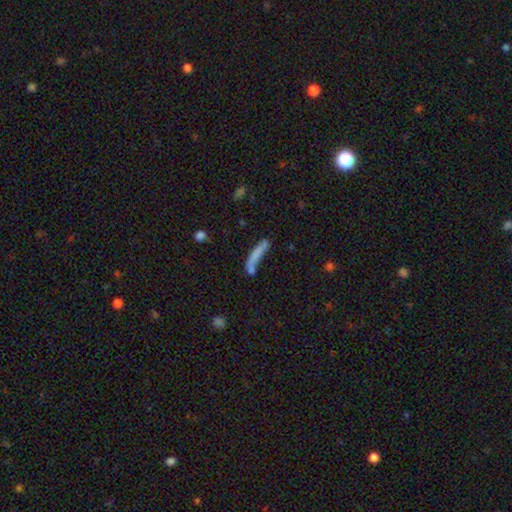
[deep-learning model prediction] Smooth or featured? Predicted: smooth (p=0.68). How rounded? Predicted: cigar-shaped (p=0.86). Merging? Predicted: none (p=0.47).